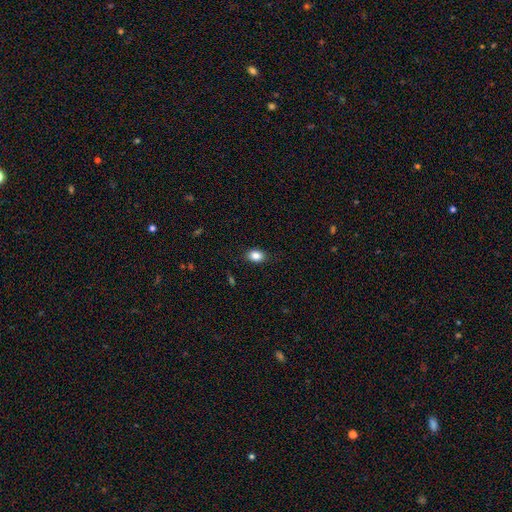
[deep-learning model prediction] Smooth or featured: smooth — 85% (star or artifact — 9%)
How rounded: in between — 70% (round — 29%)
Merging: none — 87% (minor disturbance — 10%)